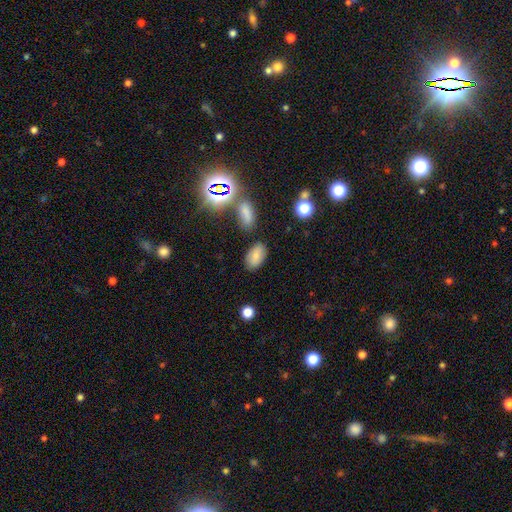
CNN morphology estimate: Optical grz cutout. It shows a smooth galaxy with no disk features (75%) that is in between round and cigar-shaped (92%). Merging: none (79%).